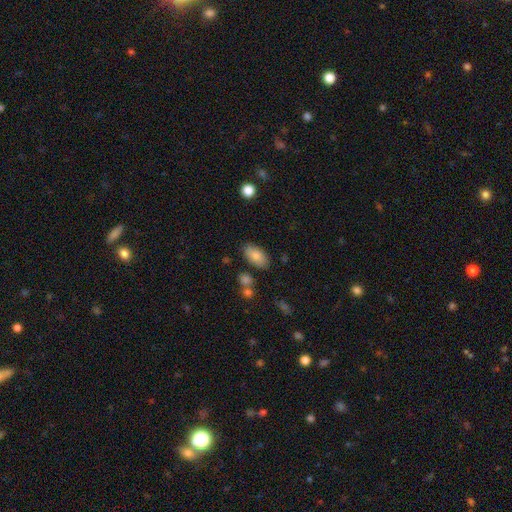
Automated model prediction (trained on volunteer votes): Smooth or featured?
  - smooth: 82% *
  - featured or disk: 10%
  - star or artifact: 7%
How rounded?
  - in between: 93% *
  - round: 4%
  - cigar-shaped: 3%
Merging?
  - none: 82% *
  - minor disturbance: 12%
  - merger: 4%
  - major disturbance: 3%